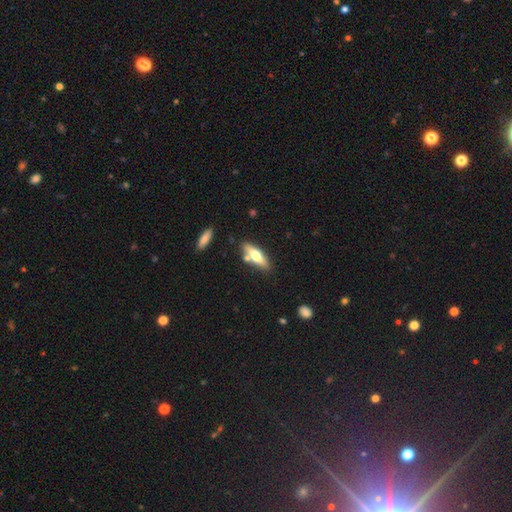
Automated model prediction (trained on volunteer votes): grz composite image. It shows a smooth galaxy with no disk features (56%) that is cigar-shaped (56%). Merging: none (72%).